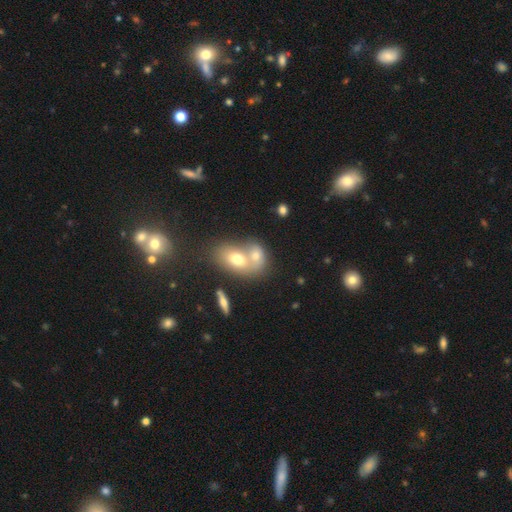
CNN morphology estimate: Smooth or featured: smooth — 65% (featured or disk — 24%)
How rounded: in between — 66% (round — 31%)
Merging: merger — 66% (none — 23%)